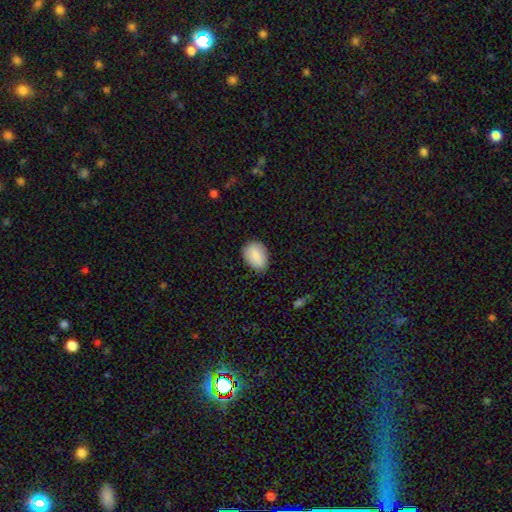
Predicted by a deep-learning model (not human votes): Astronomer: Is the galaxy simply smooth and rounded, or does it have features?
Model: smooth — 88%.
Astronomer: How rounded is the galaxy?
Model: in between — 80%.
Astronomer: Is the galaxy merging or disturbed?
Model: none — 76%.